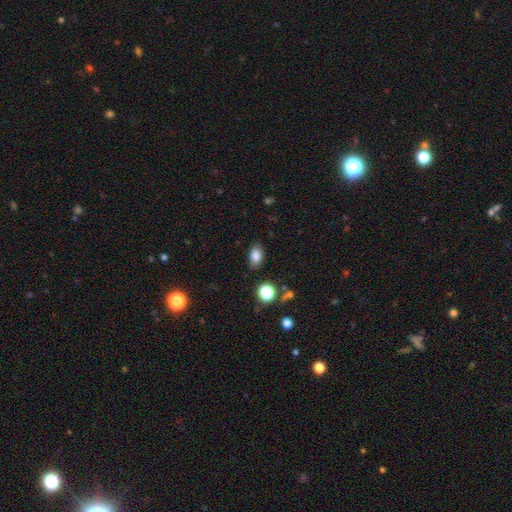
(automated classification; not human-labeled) smooth 83%, star or artifact 11%, featured or disk 6%. Down the decision tree: how rounded — in between (84%); merging — none (80%).